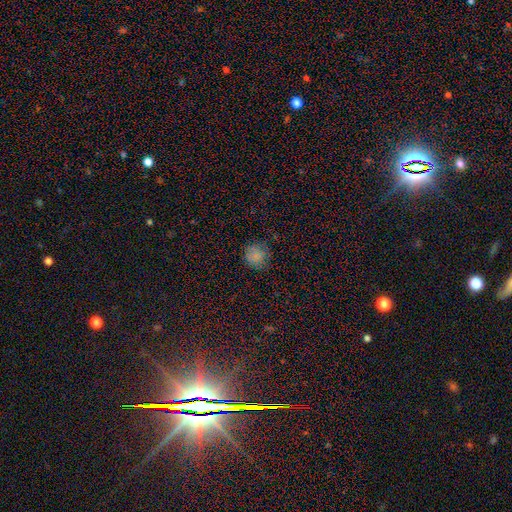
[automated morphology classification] The model was most divided on "smooth or featured": smooth: 79%, star or artifact: 15%, featured or disk: 6%. More confident: how rounded — round (92%); merging — none (80%).